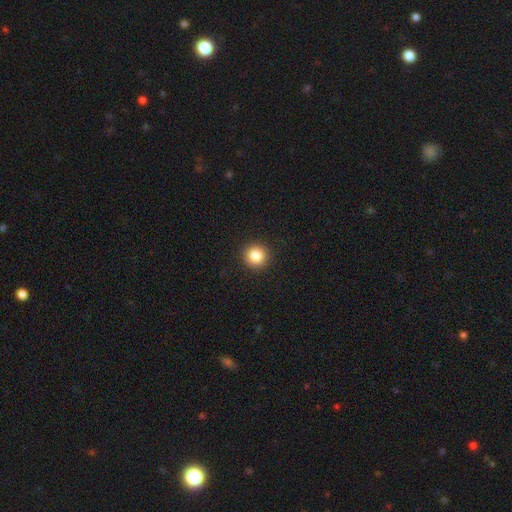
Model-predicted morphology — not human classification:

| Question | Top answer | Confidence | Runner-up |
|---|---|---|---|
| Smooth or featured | smooth | 84% | star or artifact (10%) |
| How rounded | round | 95% | in between (4%) |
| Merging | none | 93% | minor disturbance (5%) |